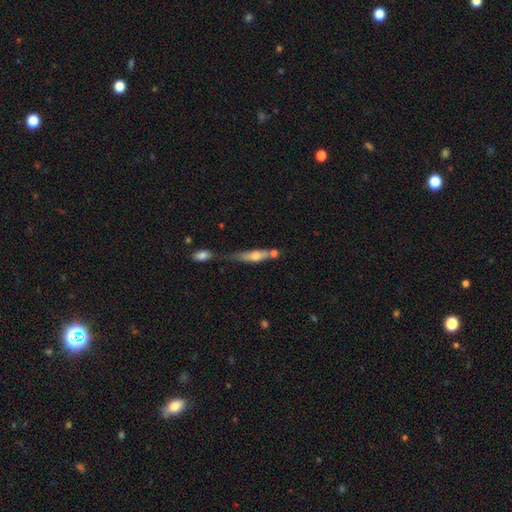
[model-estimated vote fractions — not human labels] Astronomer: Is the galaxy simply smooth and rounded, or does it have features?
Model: smooth — 51% (runner-up: featured or disk, 42%).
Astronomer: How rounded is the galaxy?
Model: cigar-shaped — 69%.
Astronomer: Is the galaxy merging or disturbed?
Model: none — 35%, tied with merger at 35%.